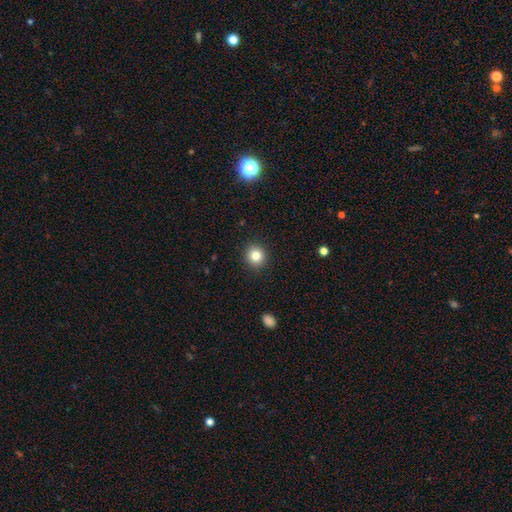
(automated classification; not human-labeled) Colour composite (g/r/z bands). It shows a smooth galaxy with no disk features (83%) that is round (90%). Merging: none (92%).